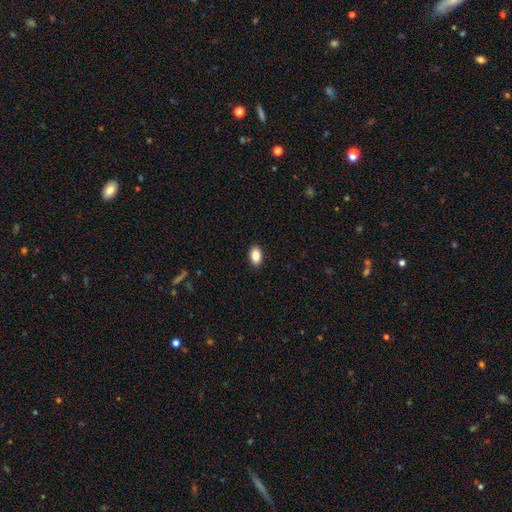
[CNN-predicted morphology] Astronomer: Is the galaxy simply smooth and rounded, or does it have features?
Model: smooth — 88%.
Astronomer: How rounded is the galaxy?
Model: in between — 90%.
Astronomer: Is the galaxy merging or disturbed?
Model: none — 91%.